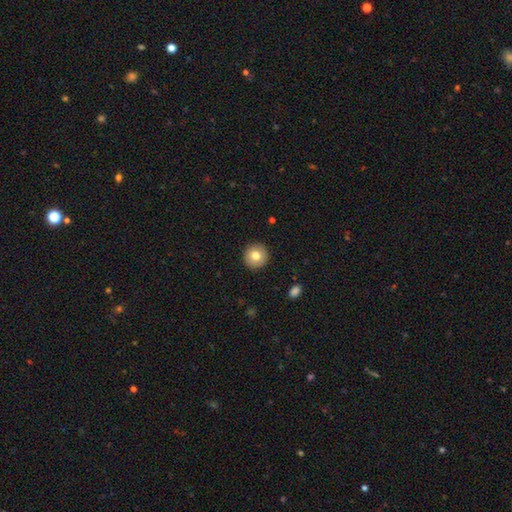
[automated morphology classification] The model was most divided on "smooth or featured": smooth: 78%, featured or disk: 14%, star or artifact: 8%. More confident: how rounded — round (95%); merging — none (92%).